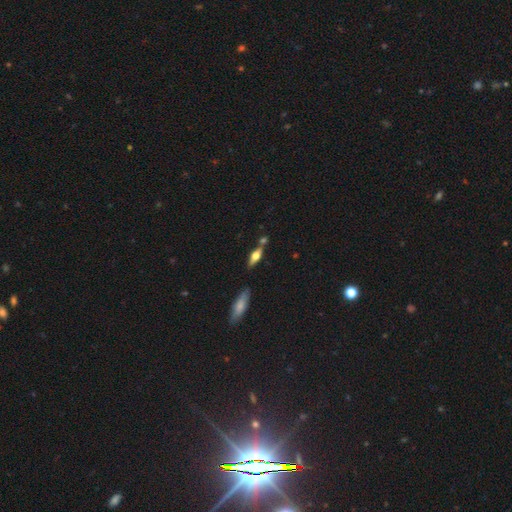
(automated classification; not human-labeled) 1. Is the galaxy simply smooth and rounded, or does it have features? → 48% featured or disk, 45% smooth, 8% star or artifact.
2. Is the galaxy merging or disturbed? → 66% none, 17% merger, 13% minor disturbance, 4% major disturbance.